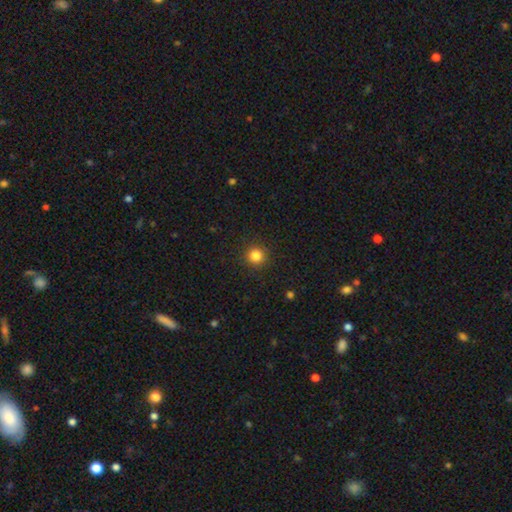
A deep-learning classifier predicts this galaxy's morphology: Smooth or featured? smooth (84%)
How rounded? round (94%)
Merging? none (91%)